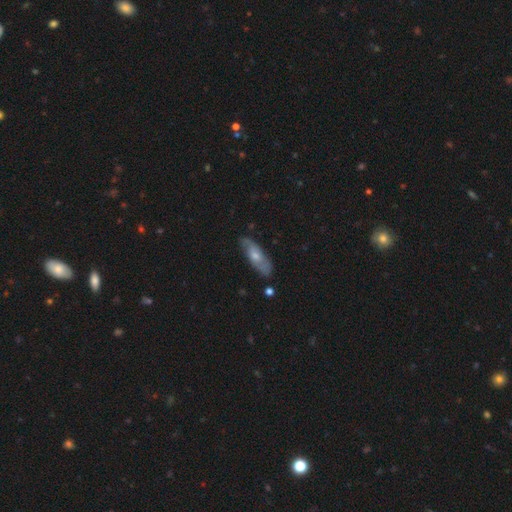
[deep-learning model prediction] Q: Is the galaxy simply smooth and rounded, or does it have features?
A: featured or disk — 50%.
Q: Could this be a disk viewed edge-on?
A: no — 73%.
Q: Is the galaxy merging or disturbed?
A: none — 77%.